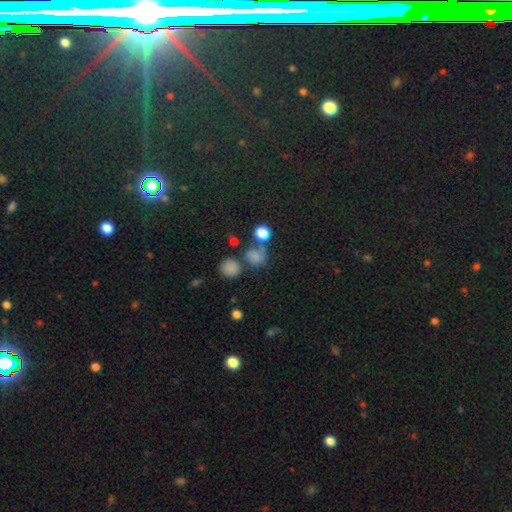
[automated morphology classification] Overall: smooth (72%). How rounded: round (71%). Merging: none (54%; merger 24%).